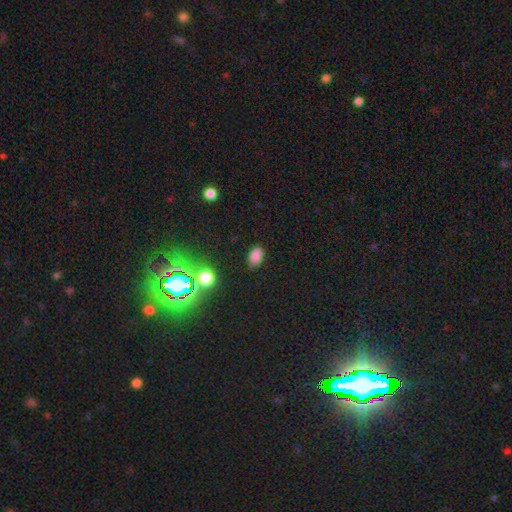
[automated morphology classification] The model was most divided on "smooth or featured": smooth: 80%, star or artifact: 15%, featured or disk: 4%. More confident: how rounded — in between (87%); merging — none (82%).